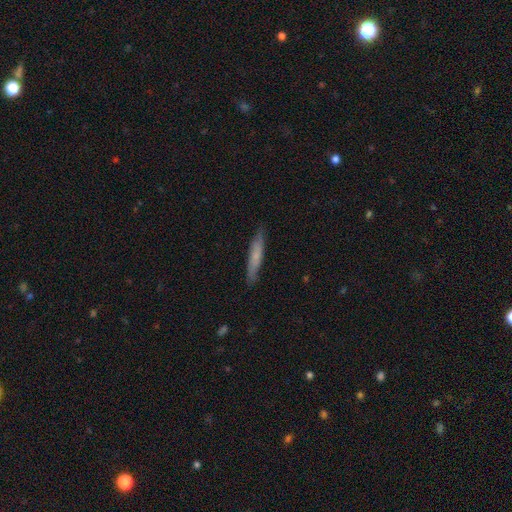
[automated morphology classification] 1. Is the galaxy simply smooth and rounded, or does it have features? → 63% smooth, 31% featured or disk, 6% star or artifact.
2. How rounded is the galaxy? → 93% cigar-shaped, 6% in between, 1% round.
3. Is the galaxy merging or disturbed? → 86% none, 11% minor disturbance, 2% major disturbance, 1% merger.